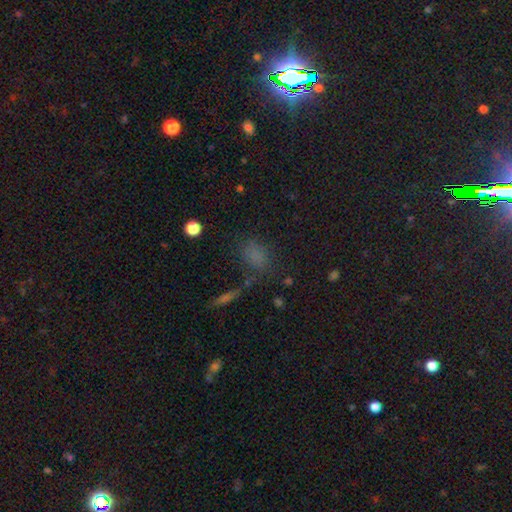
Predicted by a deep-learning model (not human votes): smooth_or_featured: smooth (p=0.68) [alt: star or artifact p=0.24]
how_rounded: in between (p=0.68) [alt: round p=0.27]
merging: none (p=0.64) [alt: minor disturbance p=0.17]